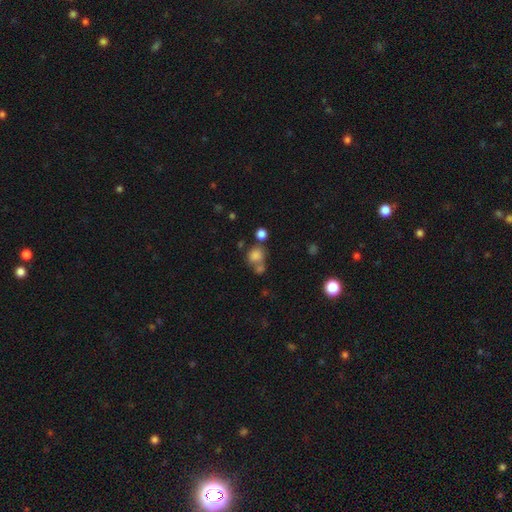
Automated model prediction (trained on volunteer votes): smooth 79%, star or artifact 13%, featured or disk 9%. Down the decision tree: how rounded — round (75%); merging — none (45%).